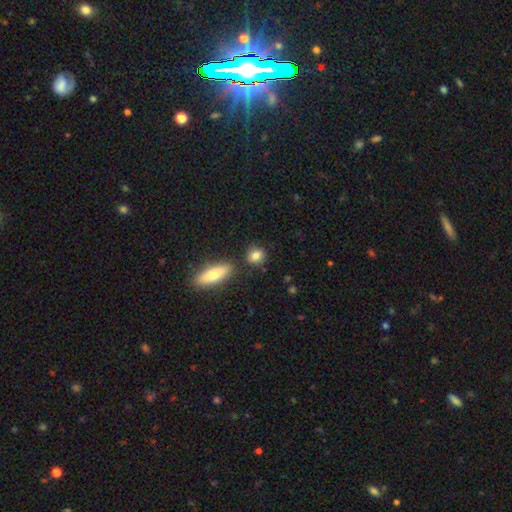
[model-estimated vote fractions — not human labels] smooth-or-featured: smooth: 83% | featured or disk: 9% | star or artifact: 9%
  how-rounded: round: 69% | in between: 27% | cigar-shaped: 4%
  merging: none: 79% | minor disturbance: 10% | merger: 8% | major disturbance: 3%